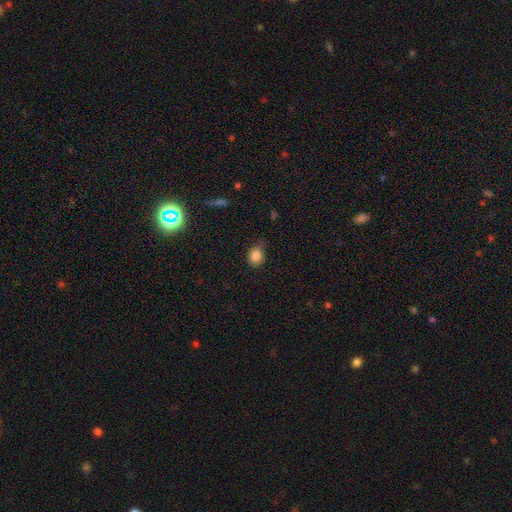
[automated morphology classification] The model was most divided on "how rounded": round: 52%, in between: 47%, cigar-shaped: 1%. More confident: smooth or featured — smooth (83%); merging — none (63%).